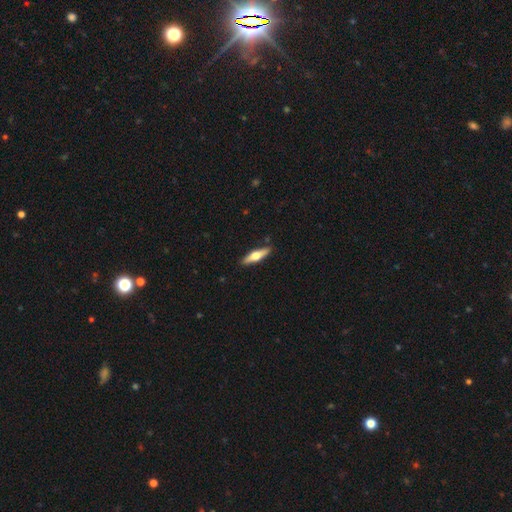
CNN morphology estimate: smooth_or_featured: featured or disk (p=0.51) [alt: smooth p=0.44]
disk_edge_on: yes (p=0.93) [alt: no p=0.07]
merging: none (p=0.88) [alt: minor disturbance p=0.08]